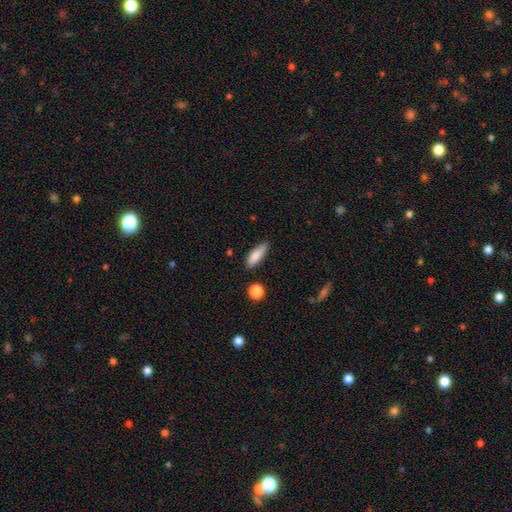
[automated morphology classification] The model was most divided on "how rounded": cigar-shaped: 53%, in between: 44%, round: 2%. More confident: smooth or featured — smooth (83%); merging — none (80%).